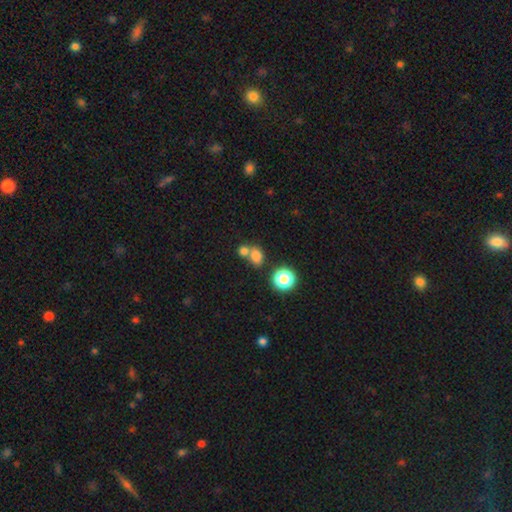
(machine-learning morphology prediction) smooth 76%, star or artifact 15%, featured or disk 9%. Down the decision tree: how rounded — round (51%); merging — merger (45%).